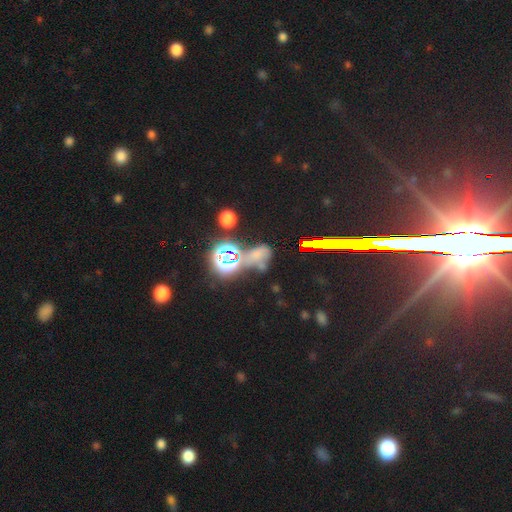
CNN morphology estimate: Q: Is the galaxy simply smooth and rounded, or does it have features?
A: star or artifact — 54%.